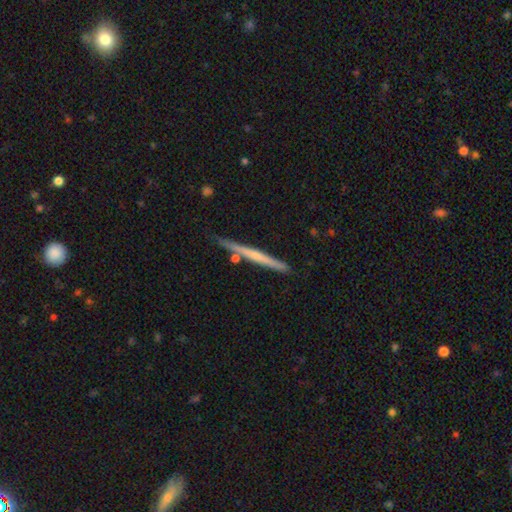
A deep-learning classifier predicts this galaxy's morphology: A featured or disk galaxy (58%) viewed edge-on (97%) with no central bulge (59%).

Vote fractions:
- Smooth or featured? featured or disk: 58% / smooth: 37% / star or artifact: 5%
- Edge-on disk? yes: 97% / no: 3%
- Edge-on bulge? none: 59% / rounded: 35% / boxy: 6%
- Merging? none: 82% / minor disturbance: 11% / merger: 5% / major disturbance: 2%